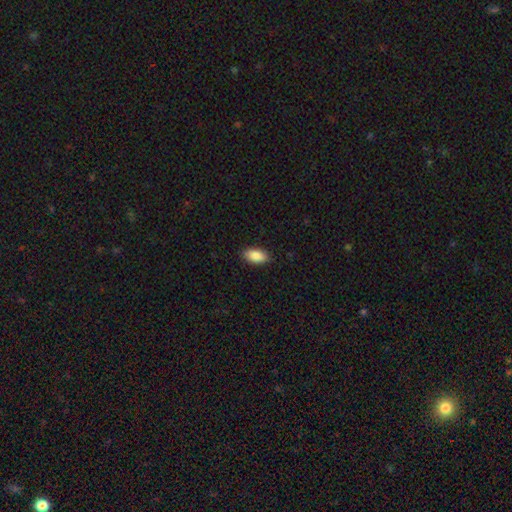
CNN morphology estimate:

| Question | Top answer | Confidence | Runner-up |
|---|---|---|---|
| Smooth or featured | smooth | 88% | star or artifact (7%) |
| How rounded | in between | 92% | cigar-shaped (5%) |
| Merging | none | 89% | minor disturbance (8%) |